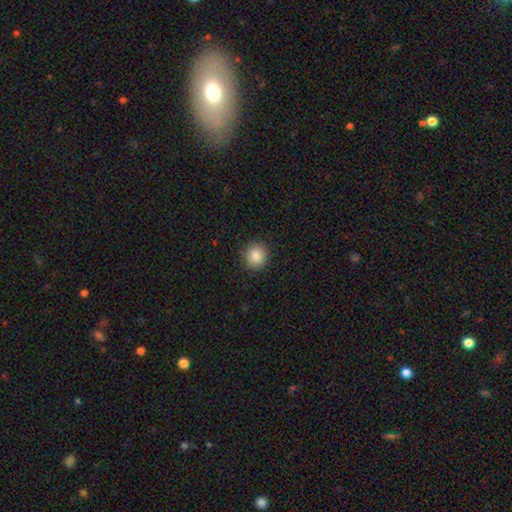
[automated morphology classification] Smooth or featured? smooth (86%)
How rounded? round (86%)
Merging? none (90%)